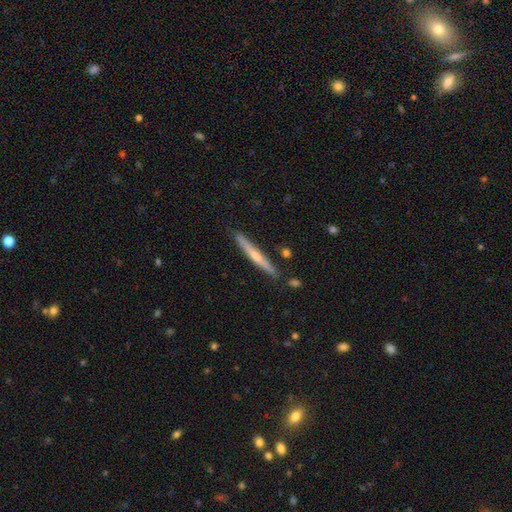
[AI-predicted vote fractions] smooth_or_featured: featured or disk (p=0.59) [alt: smooth p=0.35]
disk_edge_on: yes (p=0.97) [alt: no p=0.03]
edge_on_bulge: rounded (p=0.71) [alt: none p=0.25]
merging: none (p=0.87) [alt: minor disturbance p=0.09]